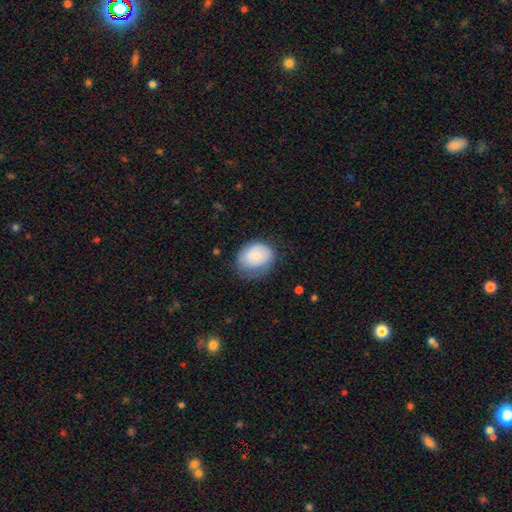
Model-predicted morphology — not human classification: Smooth or featured? smooth (76%)
How rounded? in between (52%)
Merging? none (54%)